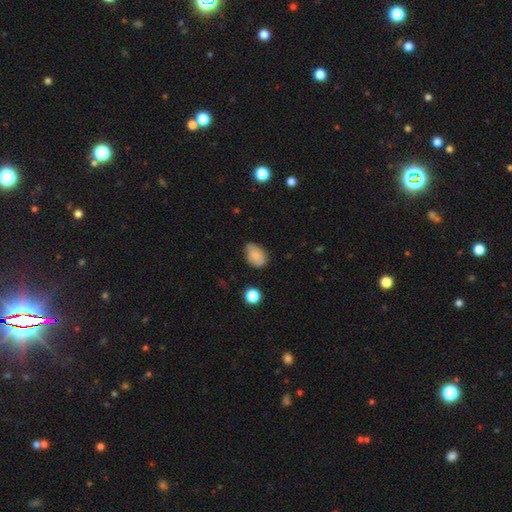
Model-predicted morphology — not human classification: Smooth or featured?
  - smooth: 78% *
  - featured or disk: 13%
  - star or artifact: 9%
How rounded?
  - in between: 78% *
  - round: 21%
  - cigar-shaped: 1%
Merging?
  - none: 59% *
  - minor disturbance: 33%
  - major disturbance: 6%
  - merger: 2%